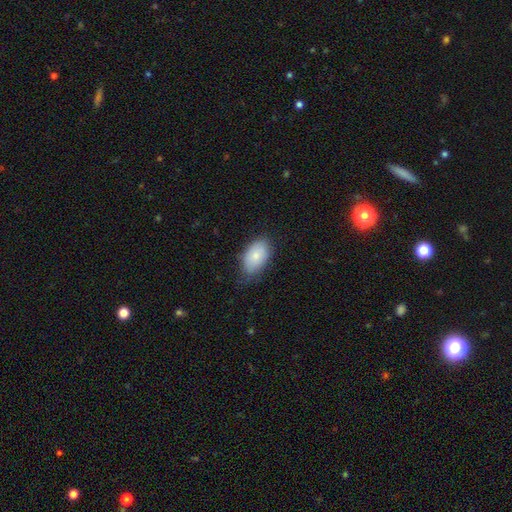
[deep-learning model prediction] This appears to be a smooth galaxy with no disk features (81%) that is in between round and cigar-shaped (92%). Merging: none (66%).